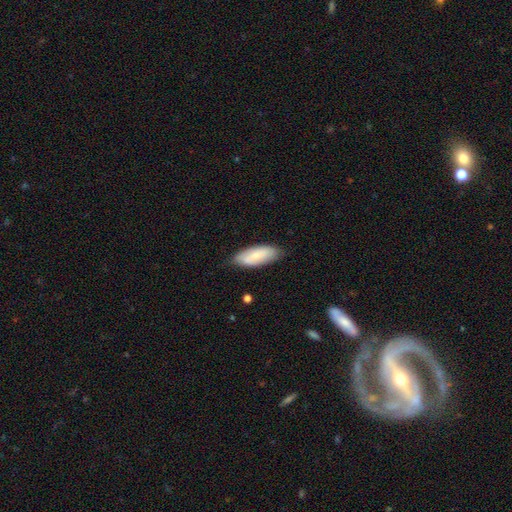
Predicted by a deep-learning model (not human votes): Smooth or featured?
  - smooth: 69% *
  - featured or disk: 25%
  - star or artifact: 6%
How rounded?
  - in between: 80% *
  - cigar-shaped: 18%
  - round: 2%
Merging?
  - none: 78% *
  - minor disturbance: 18%
  - major disturbance: 3%
  - merger: 1%